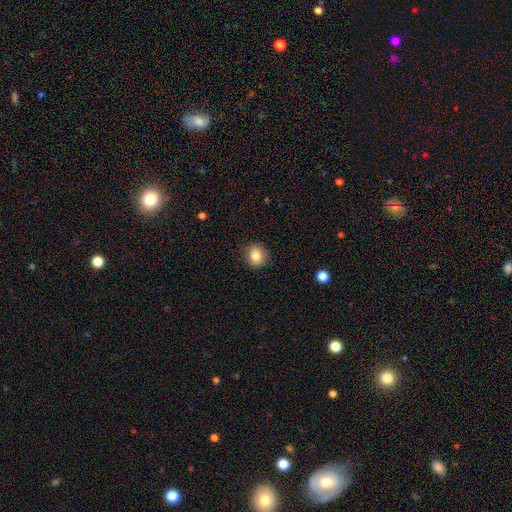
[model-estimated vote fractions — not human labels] Smooth or featured? smooth (84%)
How rounded? round (82%)
Merging? none (88%)